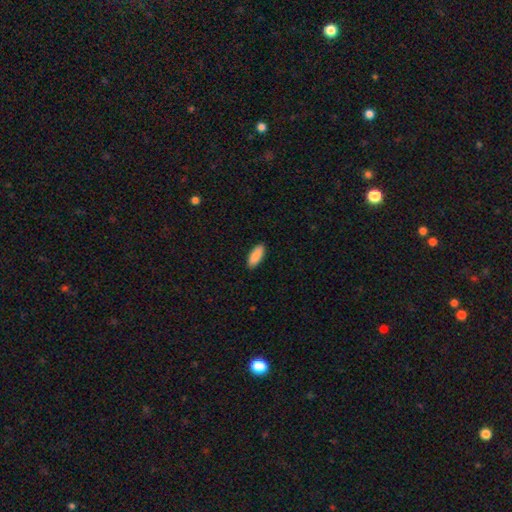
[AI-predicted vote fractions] smooth 90%, star or artifact 6%, featured or disk 4%. Down the decision tree: how rounded — in between (79%); merging — none (90%).